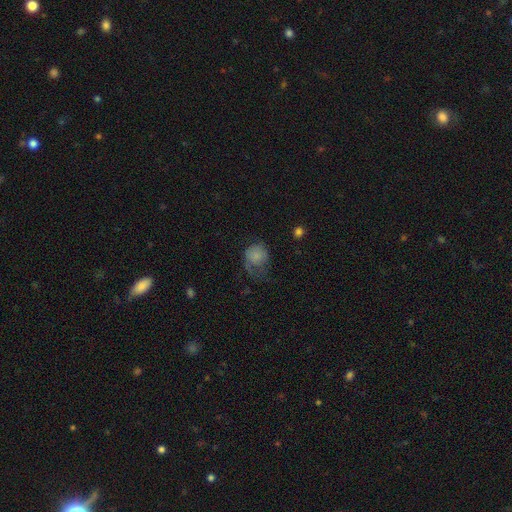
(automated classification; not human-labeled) smooth-or-featured: smooth: 69% | featured or disk: 22% | star or artifact: 9%
  how-rounded: round: 66% | in between: 33% | cigar-shaped: 1%
  merging: major disturbance: 40% | none: 29% | minor disturbance: 29% | merger: 2%